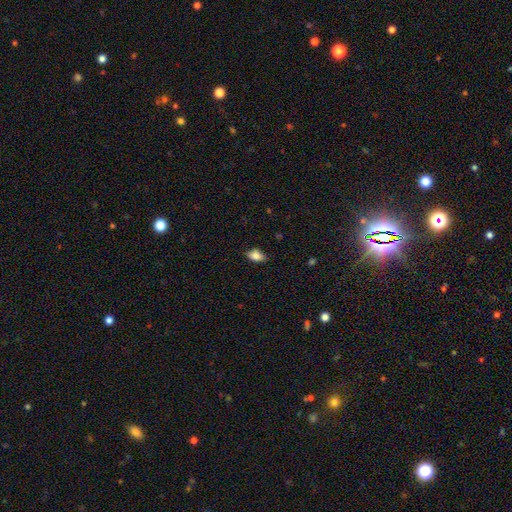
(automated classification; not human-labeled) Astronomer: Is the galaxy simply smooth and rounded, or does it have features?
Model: smooth — 82%.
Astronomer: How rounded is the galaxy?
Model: in between — 88%.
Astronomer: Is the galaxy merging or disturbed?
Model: none — 82%.